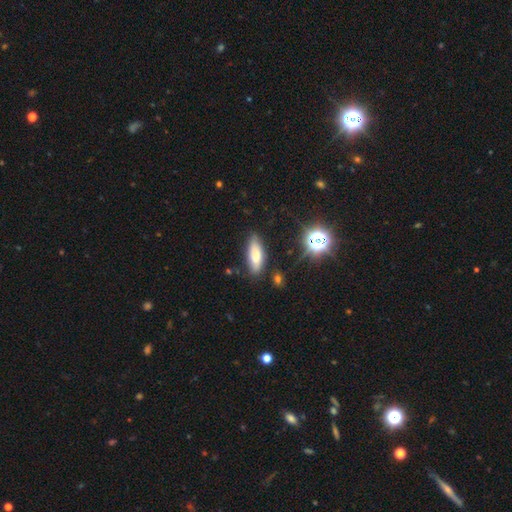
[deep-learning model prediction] A smooth galaxy with no disk features (74%) that is in between round and cigar-shaped (68%).

Vote fractions:
- Smooth or featured? smooth: 74% / featured or disk: 15% / star or artifact: 11%
- How rounded? in between: 68% / cigar-shaped: 29% / round: 2%
- Merging? none: 78% / minor disturbance: 16% / major disturbance: 3% / merger: 3%